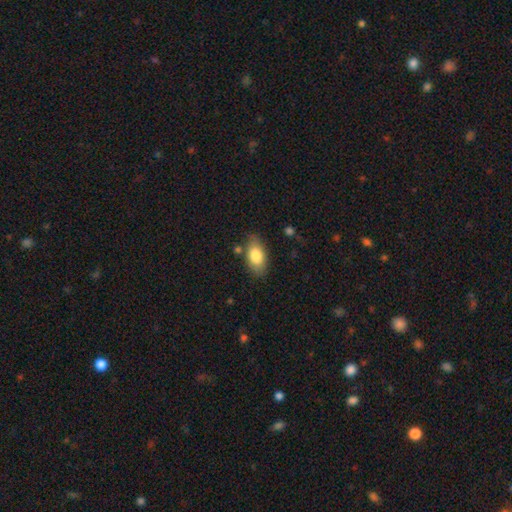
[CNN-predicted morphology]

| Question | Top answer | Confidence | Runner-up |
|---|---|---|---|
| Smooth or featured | smooth | 81% | featured or disk (13%) |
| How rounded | in between | 90% | cigar-shaped (5%) |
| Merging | none | 76% | minor disturbance (16%) |